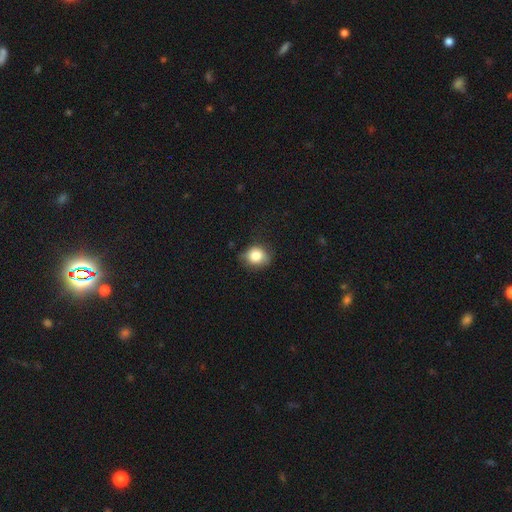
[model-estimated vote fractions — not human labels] A smooth galaxy with no disk features (82%) that is round (64%). Merging: none (67%).